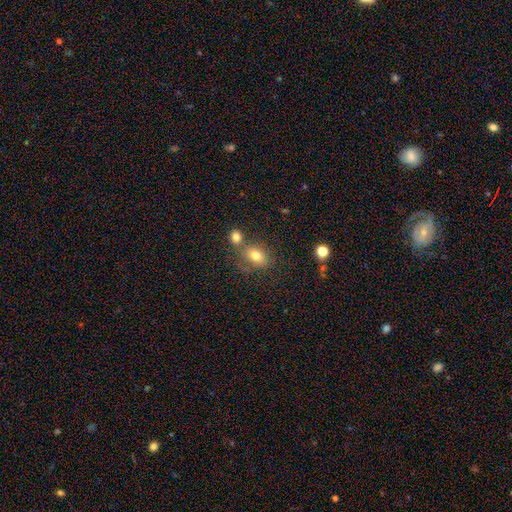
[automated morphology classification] Smooth or featured?
  - smooth: 75% *
  - featured or disk: 13%
  - star or artifact: 12%
How rounded?
  - in between: 66% *
  - round: 33%
  - cigar-shaped: 2%
Merging?
  - none: 54% *
  - merger: 26%
  - minor disturbance: 15%
  - major disturbance: 6%